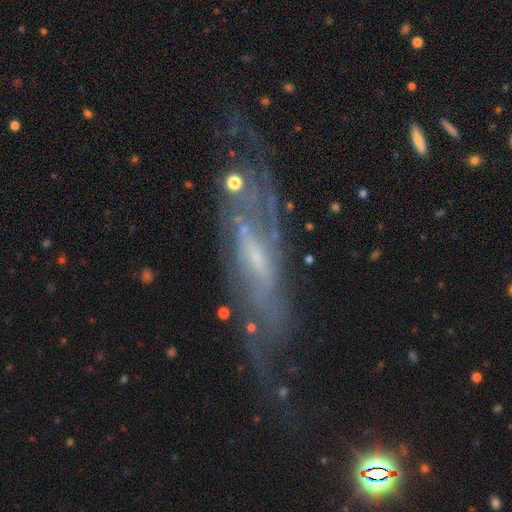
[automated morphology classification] This is likely a featured or disk galaxy (79%). It is likely not viewed edge-on (65%). Bar: possibly weak (45%). Spiral arm pattern: clearly yes (83%). Central bulge: possibly small (59%). Merging: likely none (67%).